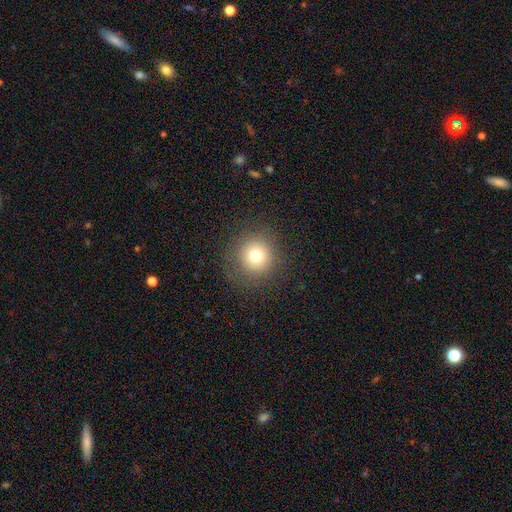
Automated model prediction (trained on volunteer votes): Q: Smooth or featured?
A: smooth (75%); runner-up: star or artifact (14%)
Q: How rounded?
A: round (94%); runner-up: in between (5%)
Q: Merging?
A: none (88%); runner-up: minor disturbance (7%)